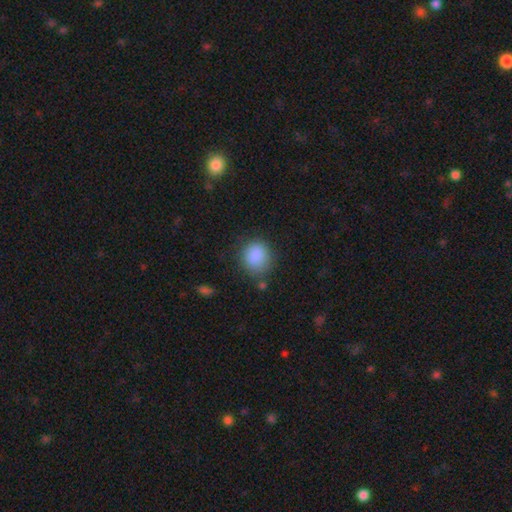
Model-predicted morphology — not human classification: Smooth or featured?
  - smooth: 87% *
  - star or artifact: 8%
  - featured or disk: 4%
How rounded?
  - round: 71% *
  - in between: 28%
  - cigar-shaped: 1%
Merging?
  - none: 75% *
  - minor disturbance: 16%
  - major disturbance: 6%
  - merger: 3%